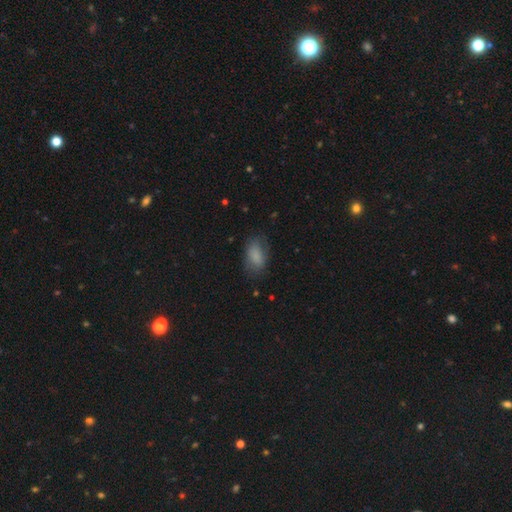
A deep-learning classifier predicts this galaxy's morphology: The model was most divided on "merging": none: 69%, minor disturbance: 21%, major disturbance: 8%, merger: 1%. More confident: how rounded — in between (91%); smooth or featured — smooth (83%).